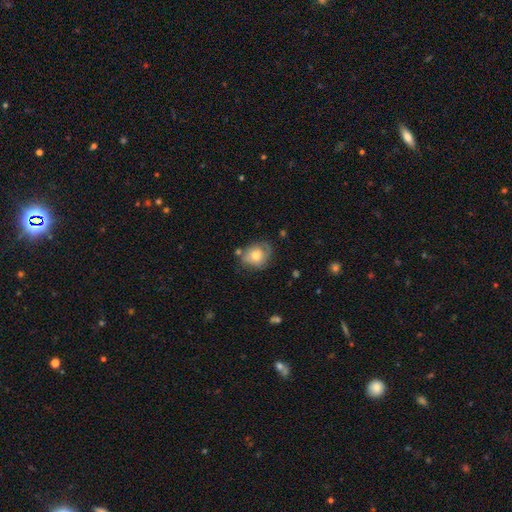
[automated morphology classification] Smooth or featured? Predicted: smooth (p=0.63). How rounded? Predicted: round (p=0.61). Merging? Predicted: none (p=0.56).